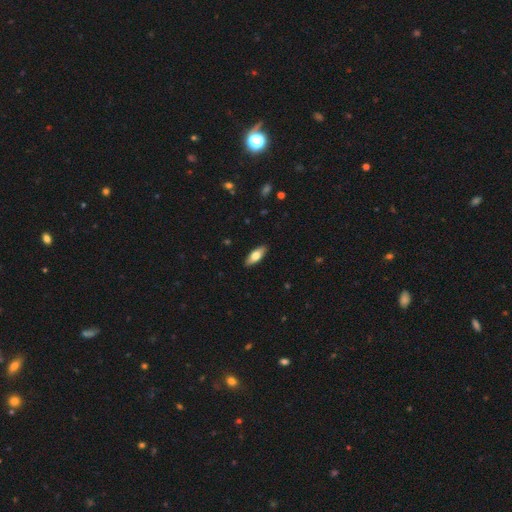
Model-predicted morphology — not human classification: A smooth galaxy with no disk features (68%) that is in between round and cigar-shaped (71%). Merging: none (89%).